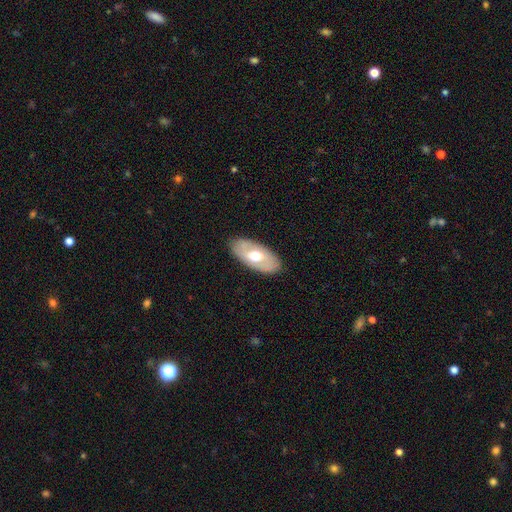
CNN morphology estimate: Smooth or featured: featured or disk — 49% (smooth — 45%)
Merging: none — 85% (minor disturbance — 11%)